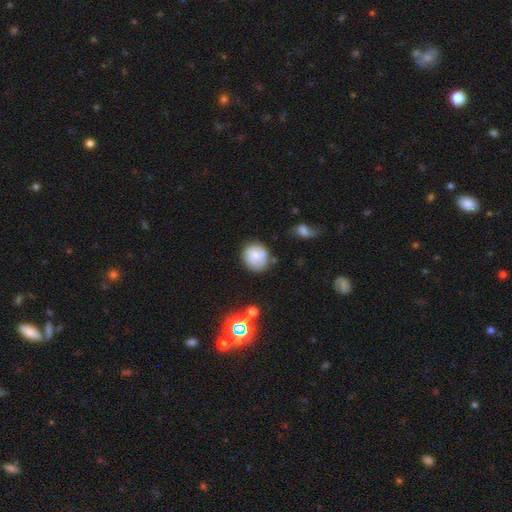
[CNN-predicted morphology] A smooth galaxy with no disk features (73%) that is round (78%). Merging: none (67%).